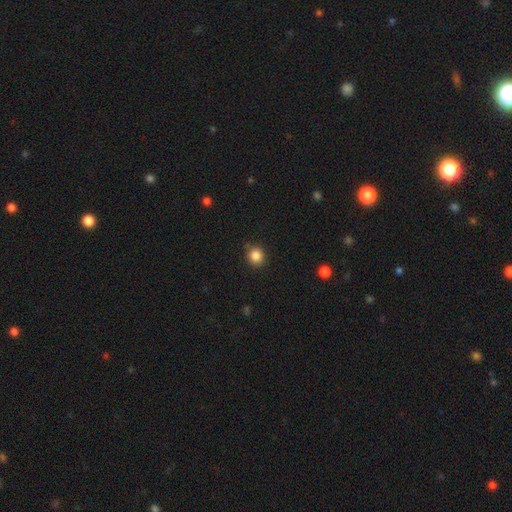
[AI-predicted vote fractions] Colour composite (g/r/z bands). It shows a smooth galaxy with no disk features (86%) that is round (86%). Merging: none (86%).